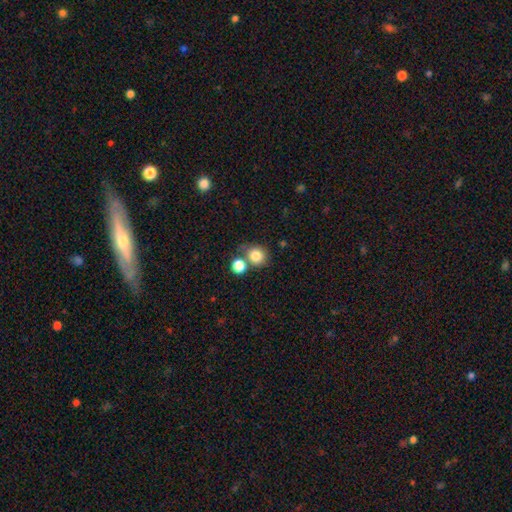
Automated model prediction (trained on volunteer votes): smooth_or_featured: smooth (p=0.82) [alt: star or artifact p=0.11]
how_rounded: round (p=0.85) [alt: in between p=0.14]
merging: none (p=0.60) [alt: merger p=0.26]